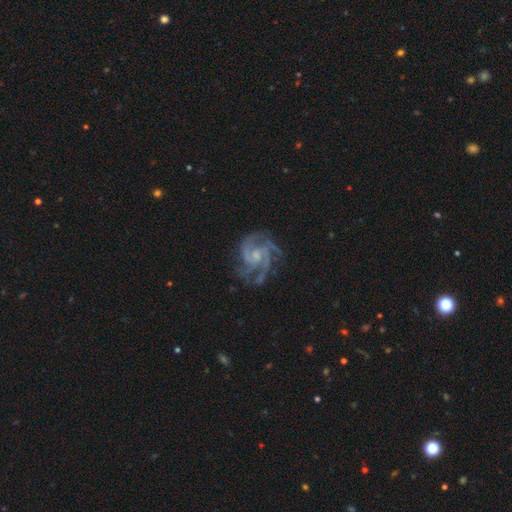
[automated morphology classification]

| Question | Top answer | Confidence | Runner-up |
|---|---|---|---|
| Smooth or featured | featured or disk | 92% | star or artifact (4%) |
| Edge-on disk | no | 98% | yes (2%) |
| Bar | no | 56% | weak (36%) |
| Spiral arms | yes | 98% | no (2%) |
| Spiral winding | tight | 47% | tied: medium (47%) |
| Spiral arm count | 3 | 51% | 4 (21%) |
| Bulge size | small | 54% | moderate (32%) |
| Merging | none | 72% | minor disturbance (17%) |